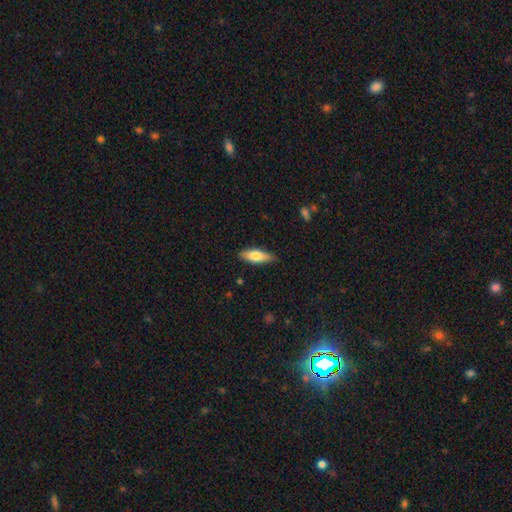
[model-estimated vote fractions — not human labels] Q: Smooth or featured?
A: smooth (70%); runner-up: featured or disk (24%)
Q: How rounded?
A: in between (57%); runner-up: cigar-shaped (41%)
Q: Merging?
A: none (84%); runner-up: minor disturbance (13%)